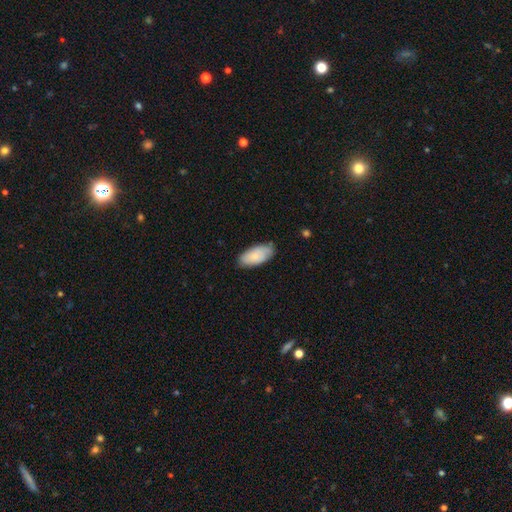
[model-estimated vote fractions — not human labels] Overall: smooth (78%). How rounded: in between (93%). Merging: none (76%).